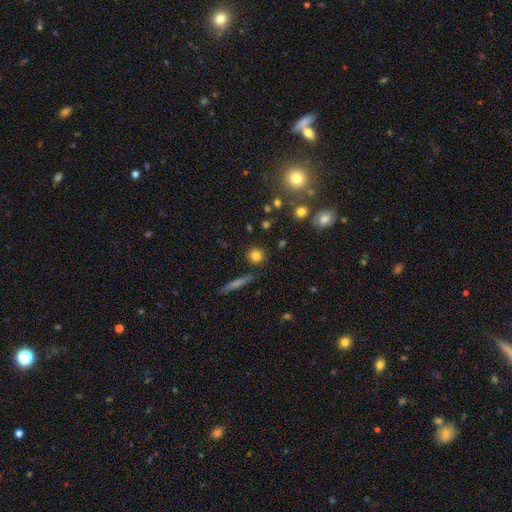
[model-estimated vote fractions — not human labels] Smooth or featured?
  - smooth: 80% *
  - star or artifact: 11%
  - featured or disk: 9%
How rounded?
  - round: 88% *
  - in between: 9%
  - cigar-shaped: 3%
Merging?
  - none: 84% *
  - minor disturbance: 8%
  - merger: 5%
  - major disturbance: 3%